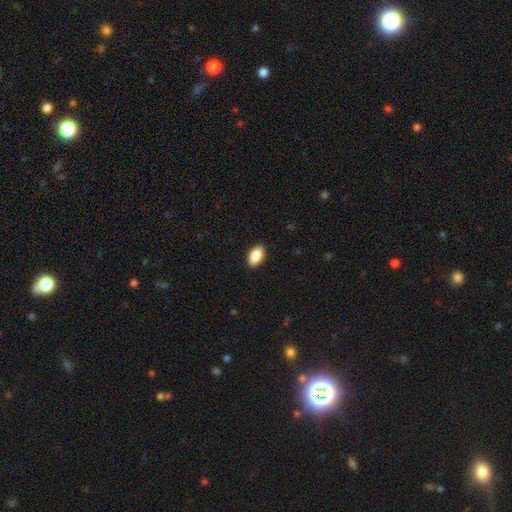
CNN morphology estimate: A smooth galaxy with no disk features (89%) that is in between round and cigar-shaped (94%). Merging: none (90%).